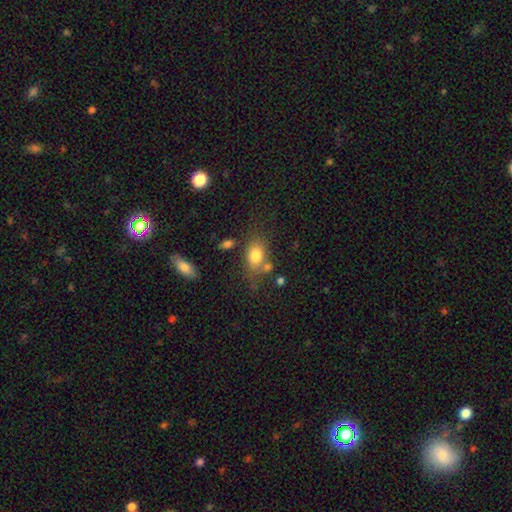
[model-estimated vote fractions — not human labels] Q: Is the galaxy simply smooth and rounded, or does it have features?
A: smooth — 79%.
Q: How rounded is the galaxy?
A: in between — 76%.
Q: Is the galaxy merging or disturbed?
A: none — 61%.